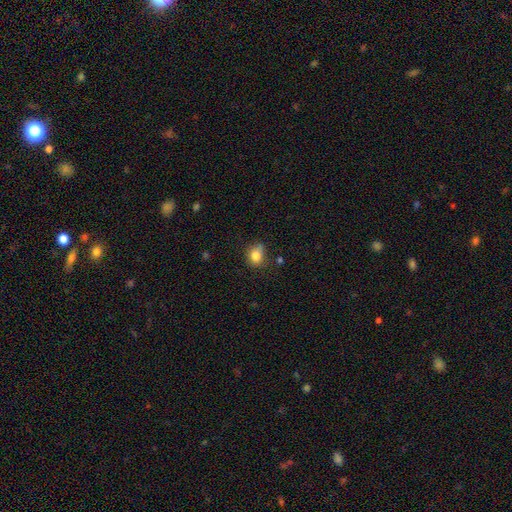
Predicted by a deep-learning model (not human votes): Q: Smooth or featured?
A: smooth (80%); runner-up: star or artifact (11%)
Q: How rounded?
A: round (60%); runner-up: in between (38%)
Q: Merging?
A: none (57%); runner-up: minor disturbance (29%)